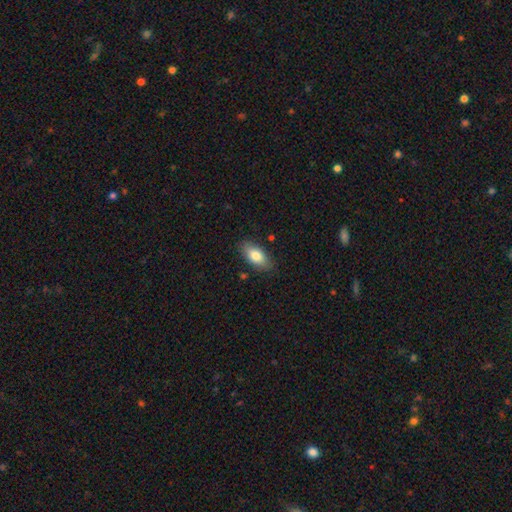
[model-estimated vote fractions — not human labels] Smooth or featured?
  - smooth: 80% *
  - featured or disk: 13%
  - star or artifact: 7%
How rounded?
  - in between: 88% *
  - cigar-shaped: 9%
  - round: 4%
Merging?
  - none: 84% *
  - minor disturbance: 12%
  - major disturbance: 3%
  - merger: 1%